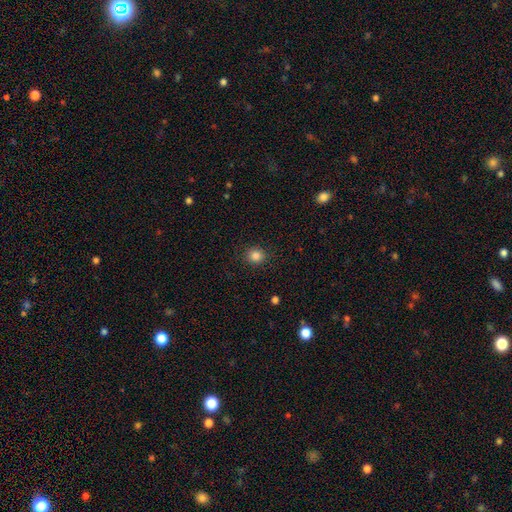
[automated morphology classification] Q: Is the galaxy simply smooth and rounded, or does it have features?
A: smooth — 84%.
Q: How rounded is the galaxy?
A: round — 88%.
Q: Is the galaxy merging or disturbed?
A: none — 89%.